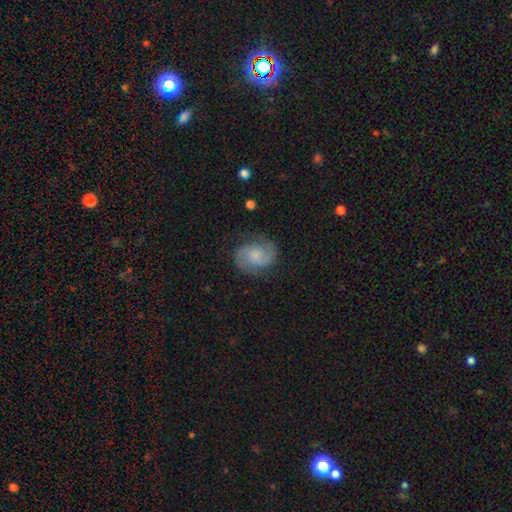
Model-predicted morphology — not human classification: A featured or disk galaxy (68%) with no bar (64%), 2 (89%) medium (49%) spiral arms (94%) and a small central bulge (40%). Merging: none (78%).